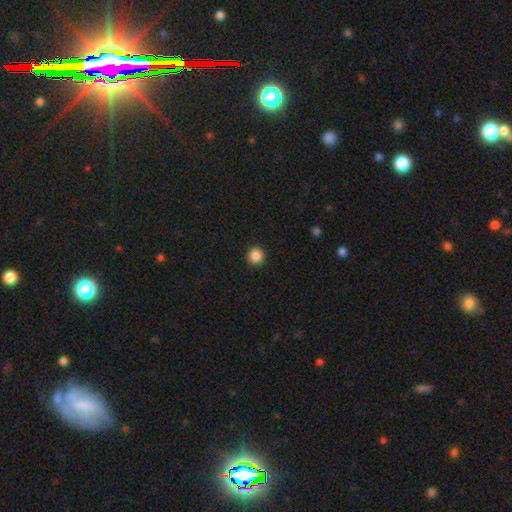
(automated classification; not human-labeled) This is clearly a smooth galaxy (87%). How rounded: clearly round (94%). Merging: clearly none (92%).